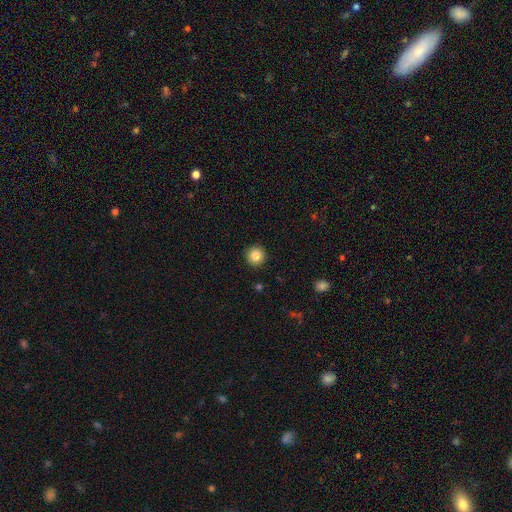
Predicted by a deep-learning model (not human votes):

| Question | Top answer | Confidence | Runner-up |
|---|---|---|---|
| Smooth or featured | smooth | 85% | star or artifact (10%) |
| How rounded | round | 95% | in between (4%) |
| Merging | none | 93% | minor disturbance (5%) |